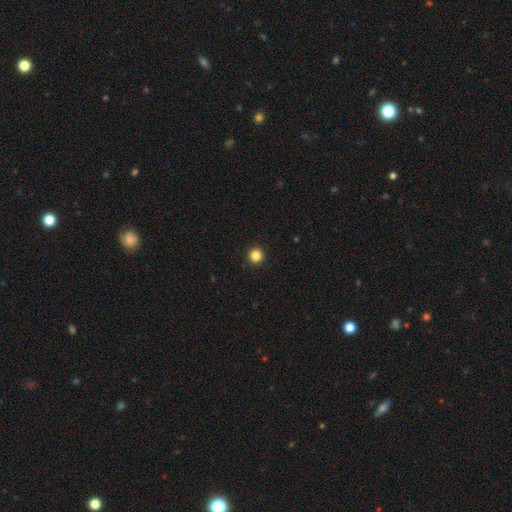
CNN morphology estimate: type=smooth (84%); roundness=round (96%); merging=none (94%).